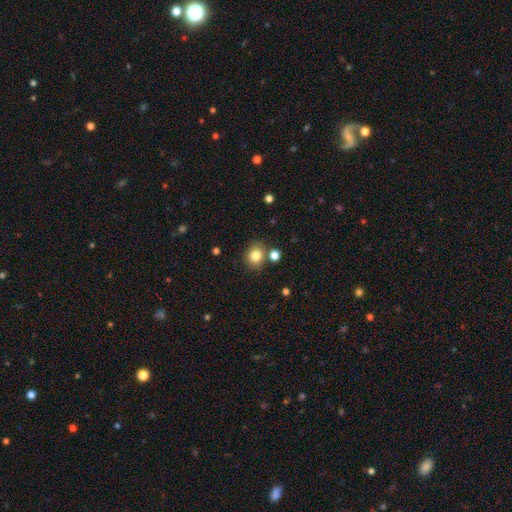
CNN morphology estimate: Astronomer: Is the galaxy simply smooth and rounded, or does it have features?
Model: smooth — 82%.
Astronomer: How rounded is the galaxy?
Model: round — 67%.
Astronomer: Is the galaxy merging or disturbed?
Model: none — 77%.